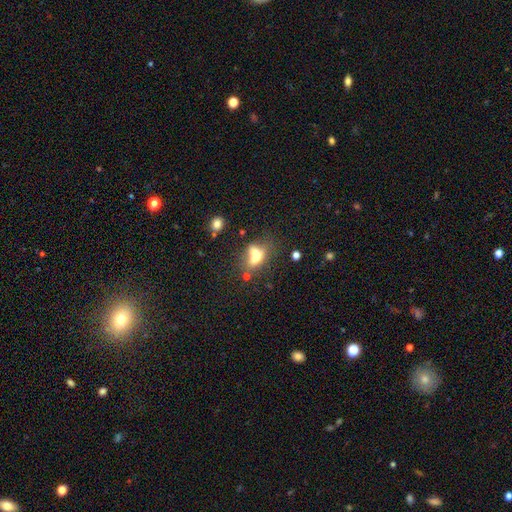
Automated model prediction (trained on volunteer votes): A smooth galaxy with no disk features (60%) that is in between round and cigar-shaped (70%).

Vote fractions:
- Smooth or featured? smooth: 60% / featured or disk: 26% / star or artifact: 14%
- How rounded? in between: 70% / round: 22% / cigar-shaped: 8%
- Merging? merger: 43% / none: 26% / major disturbance: 16% / minor disturbance: 15%